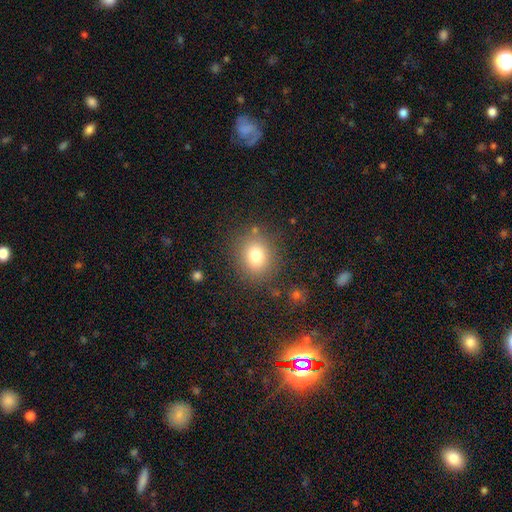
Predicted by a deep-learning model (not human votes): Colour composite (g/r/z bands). It shows a smooth galaxy with no disk features (78%) that is round (70%). Merging: none (83%).